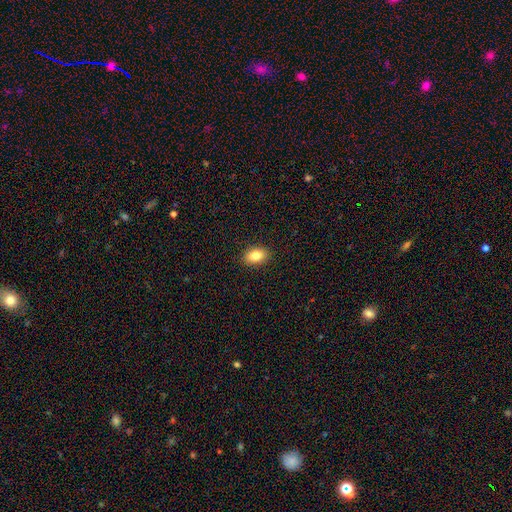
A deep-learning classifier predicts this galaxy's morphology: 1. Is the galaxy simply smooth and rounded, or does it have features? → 83% smooth, 8% featured or disk, 8% star or artifact.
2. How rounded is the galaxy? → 86% in between, 12% round, 2% cigar-shaped.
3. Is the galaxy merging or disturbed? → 90% none, 7% minor disturbance, 2% major disturbance, 1% merger.